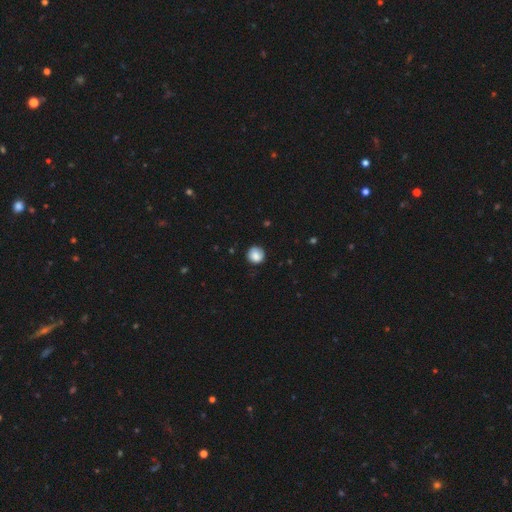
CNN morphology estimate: Q: Smooth or featured?
A: smooth (83%); runner-up: featured or disk (8%)
Q: How rounded?
A: round (91%); runner-up: in between (8%)
Q: Merging?
A: none (79%); runner-up: minor disturbance (16%)